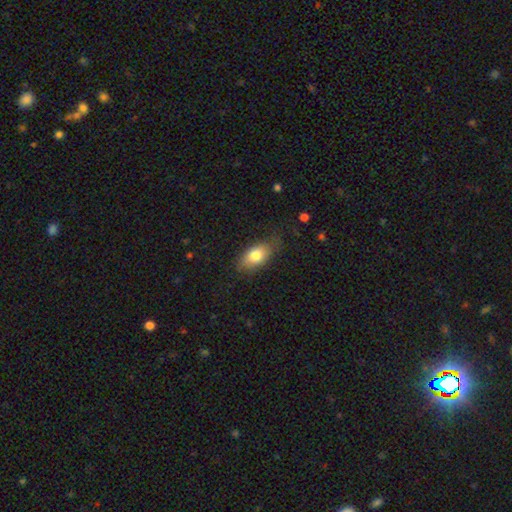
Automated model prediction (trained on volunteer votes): Smooth or featured? Predicted: smooth (p=0.78). How rounded? Predicted: in between (p=0.88). Merging? Predicted: none (p=0.74).